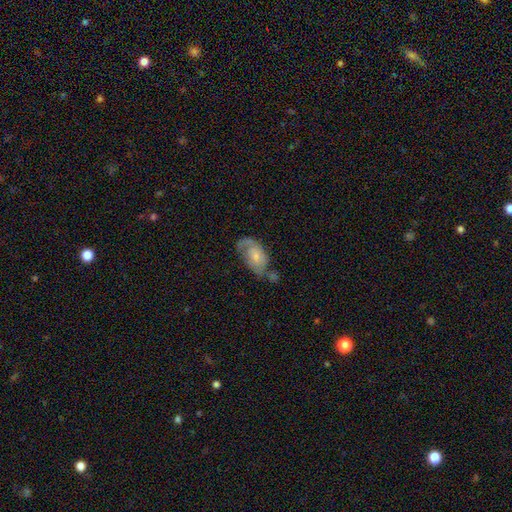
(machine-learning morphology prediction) A featured or disk galaxy (55%) with no bar (74%), spiral arms (76%) and a small central bulge (56%). Merging: none (39%).